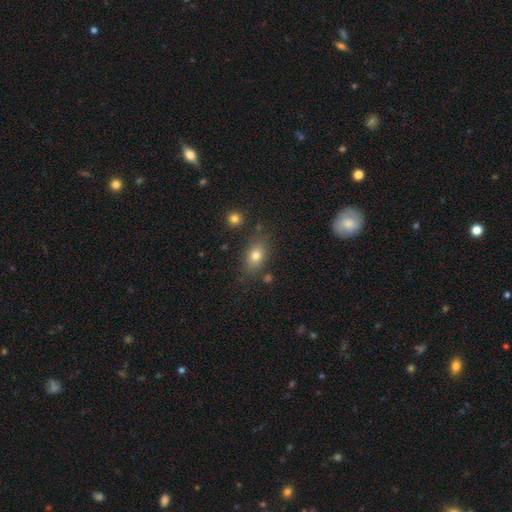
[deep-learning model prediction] Smooth or featured? smooth (76%)
How rounded? in between (78%)
Merging? none (77%)